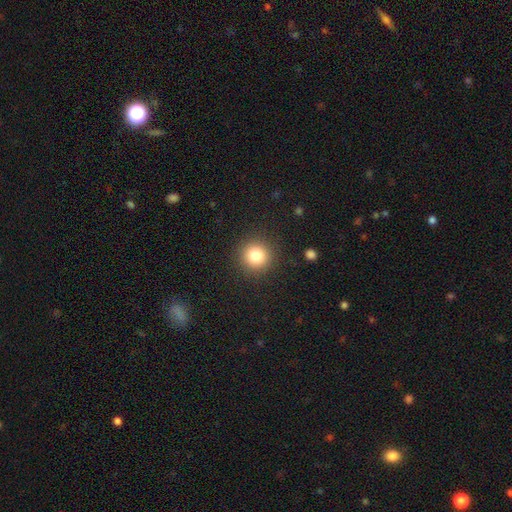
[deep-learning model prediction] Smooth or featured? Predicted: smooth (p=0.82). How rounded? Predicted: round (p=0.94). Merging? Predicted: none (p=0.90).